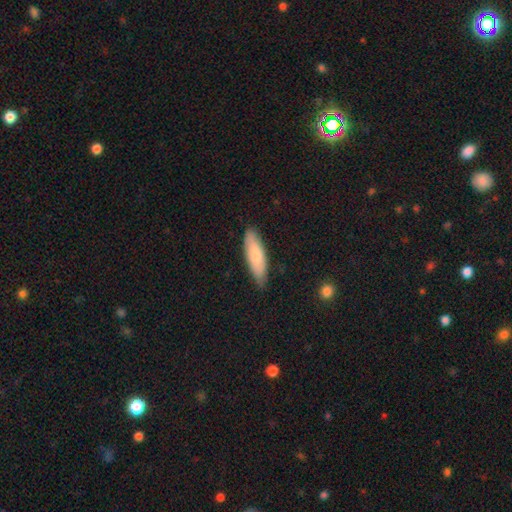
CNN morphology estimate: Q: Smooth or featured?
A: smooth (74%); runner-up: featured or disk (21%)
Q: How rounded?
A: cigar-shaped (53%); runner-up: in between (45%)
Q: Merging?
A: none (81%); runner-up: minor disturbance (16%)